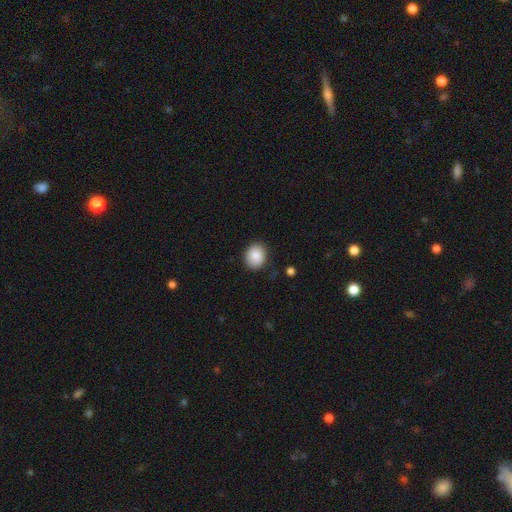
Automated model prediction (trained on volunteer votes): This appears to be a smooth galaxy with no disk features (87%) that is round (66%). Merging: none (85%).